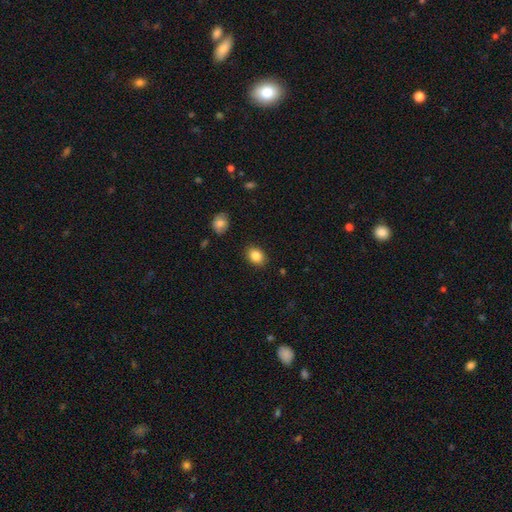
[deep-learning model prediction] Morphology: type=smooth (86%); roundness=in between (65%); merging=none (86%).